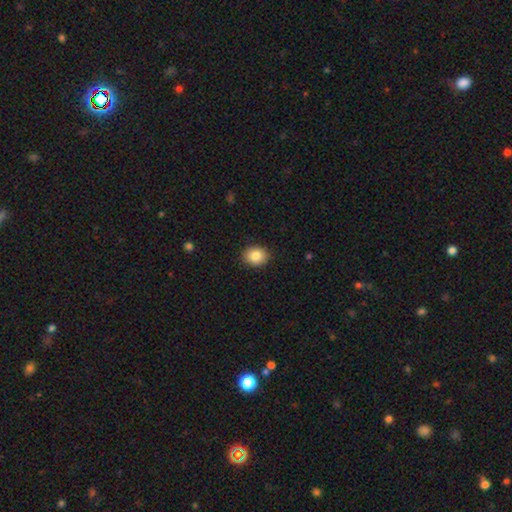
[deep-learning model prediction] smooth_or_featured: smooth (p=0.85) [alt: star or artifact p=0.09]
how_rounded: round (p=0.55) [alt: in between p=0.44]
merging: none (p=0.90) [alt: minor disturbance p=0.08]